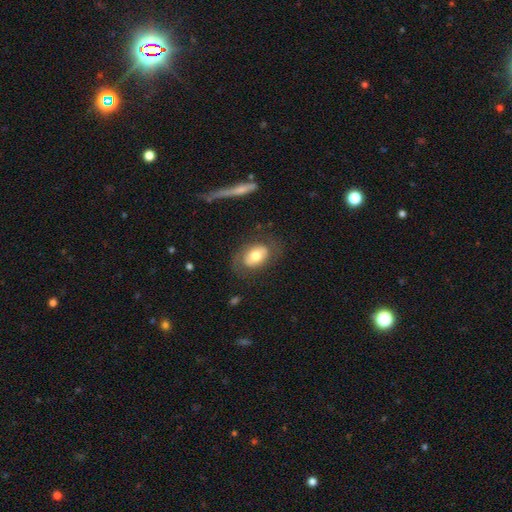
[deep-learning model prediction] Smooth or featured? Predicted: smooth (p=0.64). How rounded? Predicted: in between (p=0.78). Merging? Predicted: none (p=0.70).